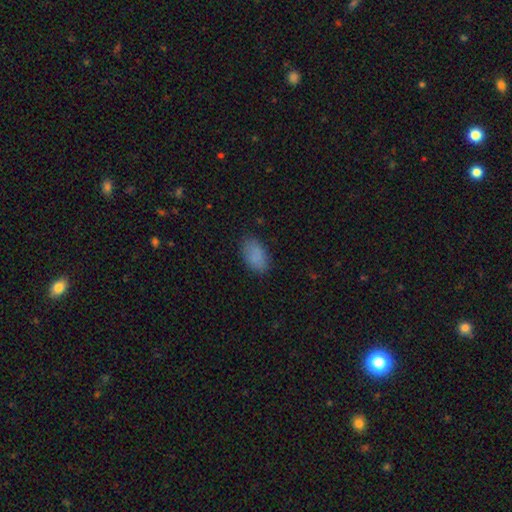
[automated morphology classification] smooth-or-featured: smooth: 86% | star or artifact: 8% | featured or disk: 6%
  how-rounded: in between: 93% | round: 5% | cigar-shaped: 2%
  merging: none: 82% | minor disturbance: 14% | major disturbance: 3% | merger: 1%